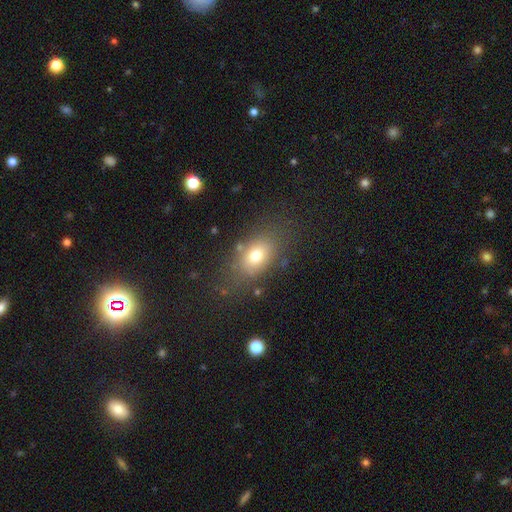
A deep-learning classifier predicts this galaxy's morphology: type=smooth (73%); roundness=in between (79%); merging=none (76%).